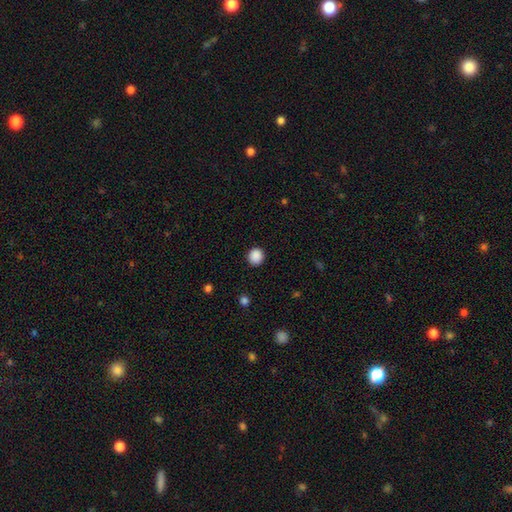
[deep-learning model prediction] A smooth galaxy with no disk features (88%) that is round (92%).

Vote fractions:
- Smooth or featured? smooth: 88% / star or artifact: 9% / featured or disk: 2%
- How rounded? round: 92% / in between: 7% / cigar-shaped: 1%
- Merging? none: 92% / minor disturbance: 6% / major disturbance: 2% / merger: 1%